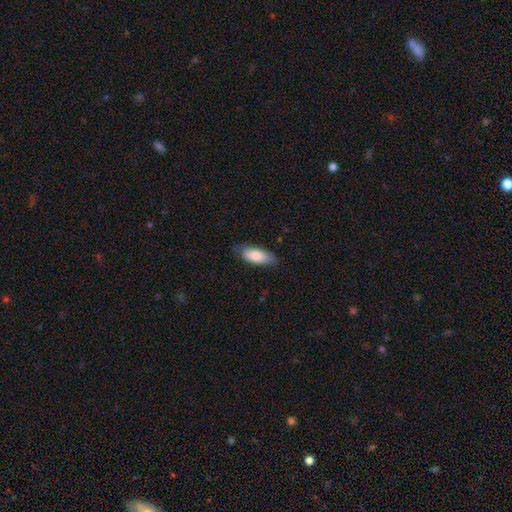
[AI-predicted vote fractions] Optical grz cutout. It shows a smooth galaxy with no disk features (83%) that is in between round and cigar-shaped (81%). Merging: none (75%).